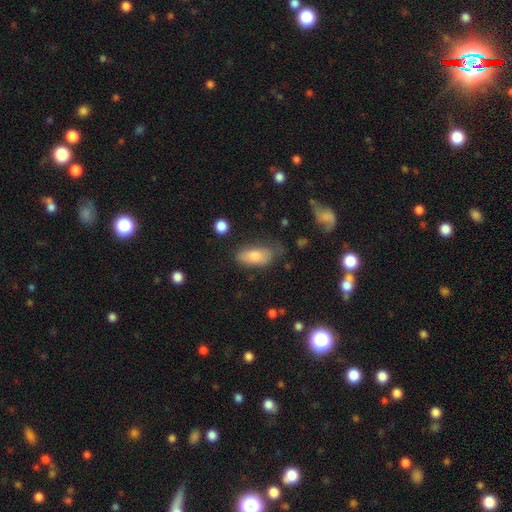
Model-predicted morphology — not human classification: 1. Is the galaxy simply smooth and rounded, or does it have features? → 74% smooth, 16% featured or disk, 10% star or artifact.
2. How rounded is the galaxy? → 83% in between, 13% cigar-shaped, 4% round.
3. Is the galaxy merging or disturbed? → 60% none, 28% minor disturbance, 9% major disturbance, 3% merger.